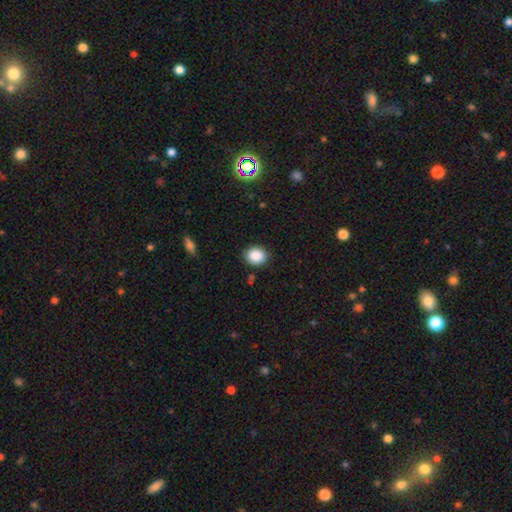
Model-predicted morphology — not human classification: Overall: smooth (88%). How rounded: round (70%). Merging: none (86%).